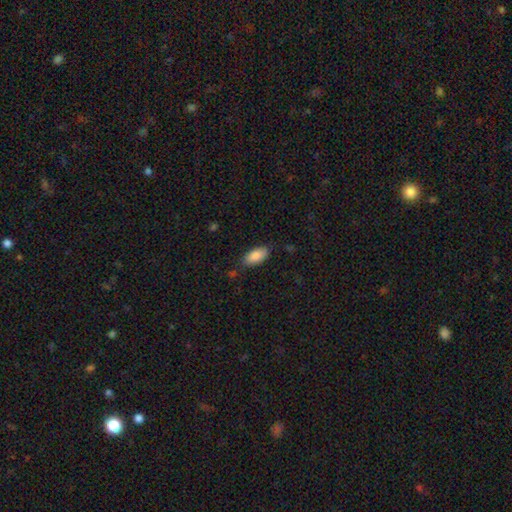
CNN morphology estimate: Q: Smooth or featured?
A: smooth (87%); runner-up: featured or disk (7%)
Q: How rounded?
A: in between (90%); runner-up: cigar-shaped (8%)
Q: Merging?
A: none (77%); runner-up: minor disturbance (17%)